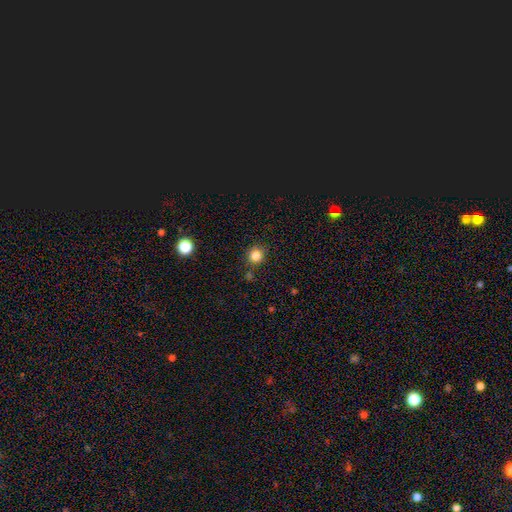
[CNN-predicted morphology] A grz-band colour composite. It shows a smooth galaxy with no disk features (84%) that is round (86%). Merging: none (81%).